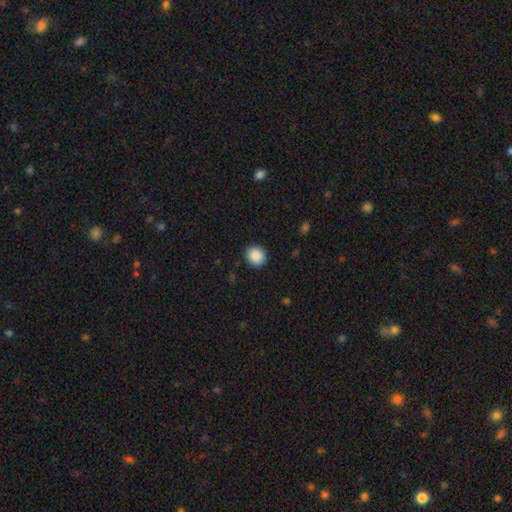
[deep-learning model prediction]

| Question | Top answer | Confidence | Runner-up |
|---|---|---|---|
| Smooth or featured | smooth | 90% | star or artifact (8%) |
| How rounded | round | 76% | in between (23%) |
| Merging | none | 90% | minor disturbance (7%) |